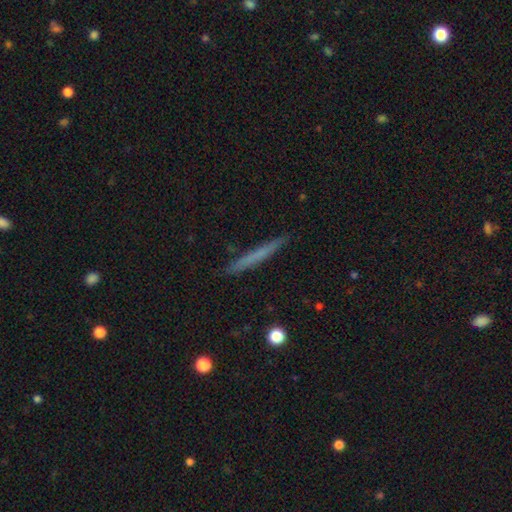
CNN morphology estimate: smooth 58%, featured or disk 35%, star or artifact 7%. Down the decision tree: how rounded — cigar-shaped (97%); merging — none (91%).